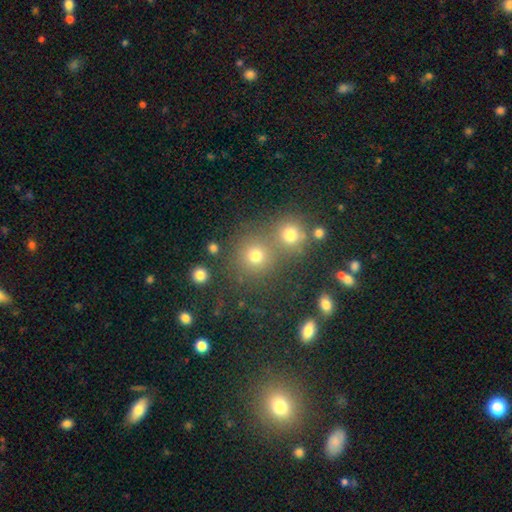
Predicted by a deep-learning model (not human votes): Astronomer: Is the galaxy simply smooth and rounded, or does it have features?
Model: smooth — 73%.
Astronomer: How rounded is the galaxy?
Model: round — 89%.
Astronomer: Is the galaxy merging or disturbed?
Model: none — 63%.